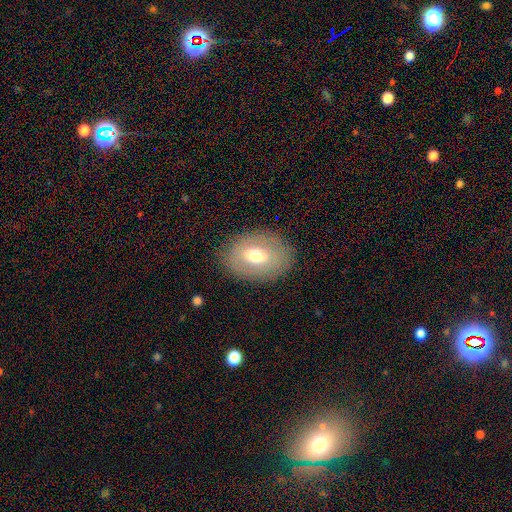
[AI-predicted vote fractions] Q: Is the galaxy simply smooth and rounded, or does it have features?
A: smooth — 58%.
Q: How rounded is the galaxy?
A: in between — 77%.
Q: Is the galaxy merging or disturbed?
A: none — 83%.